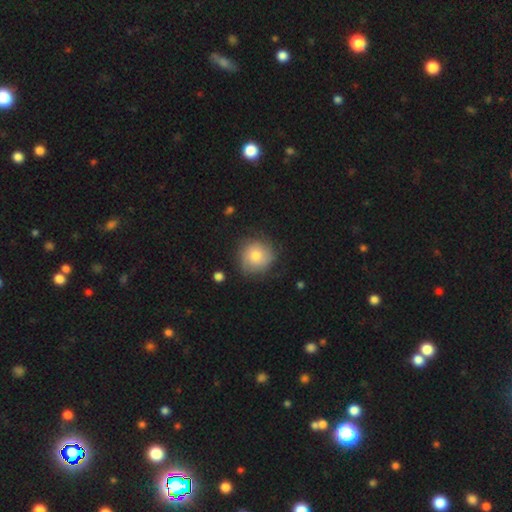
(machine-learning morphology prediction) Q: Smooth or featured?
A: smooth (70%); runner-up: featured or disk (22%)
Q: How rounded?
A: round (91%); runner-up: in between (8%)
Q: Merging?
A: none (75%); runner-up: minor disturbance (18%)